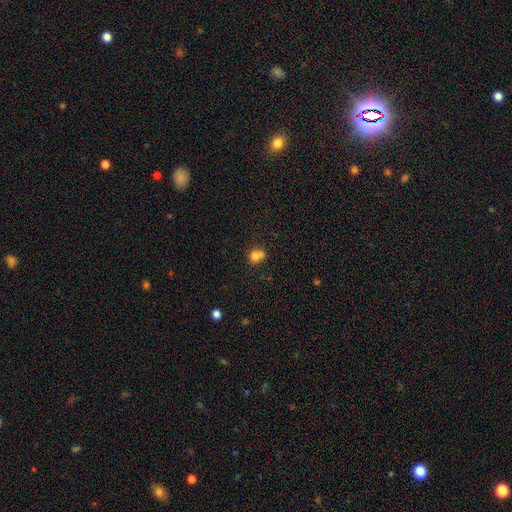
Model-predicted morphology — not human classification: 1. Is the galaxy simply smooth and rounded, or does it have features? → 74% smooth, 14% featured or disk, 12% star or artifact.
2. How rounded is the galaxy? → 76% round, 23% in between, 1% cigar-shaped.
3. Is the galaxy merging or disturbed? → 51% merger, 35% none, 9% minor disturbance, 4% major disturbance.